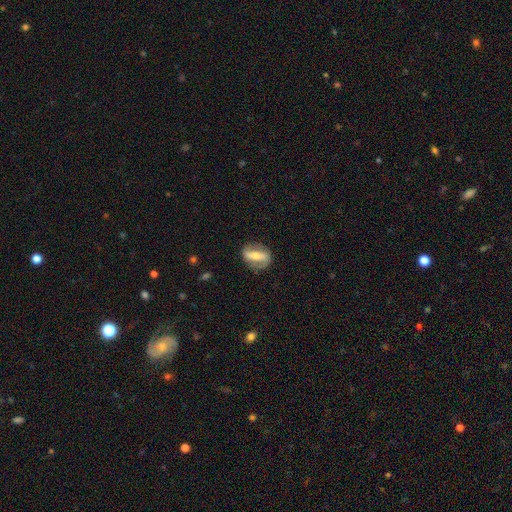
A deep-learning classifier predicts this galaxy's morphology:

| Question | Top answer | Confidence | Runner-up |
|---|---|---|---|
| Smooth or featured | featured or disk | 69% | smooth (25%) |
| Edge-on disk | no | 88% | yes (12%) |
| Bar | strong | 66% | weak (21%) |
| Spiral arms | yes | 72% | no (28%) |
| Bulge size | moderate | 53% | small (36%) |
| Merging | none | 79% | minor disturbance (14%) |